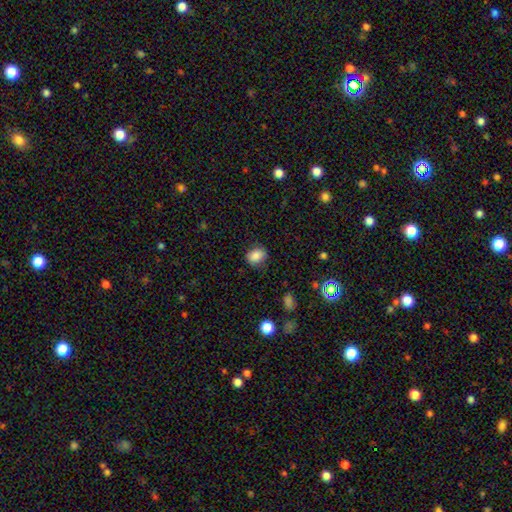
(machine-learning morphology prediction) Smooth or featured? smooth (84%)
How rounded? round (52%)
Merging? none (80%)